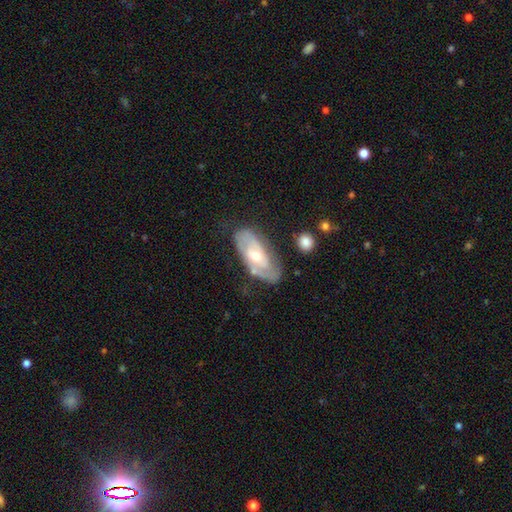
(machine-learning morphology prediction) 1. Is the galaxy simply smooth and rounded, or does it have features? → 69% featured or disk, 26% smooth, 6% star or artifact.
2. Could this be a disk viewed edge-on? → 90% no, 10% yes.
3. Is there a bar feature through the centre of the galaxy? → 54% no, 35% weak, 11% strong.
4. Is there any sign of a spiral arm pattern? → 77% yes, 23% no.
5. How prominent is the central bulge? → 58% moderate, 37% small, 3% large, 1% none, 1% dominant.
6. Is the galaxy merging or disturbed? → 63% none, 23% minor disturbance, 9% major disturbance, 5% merger.